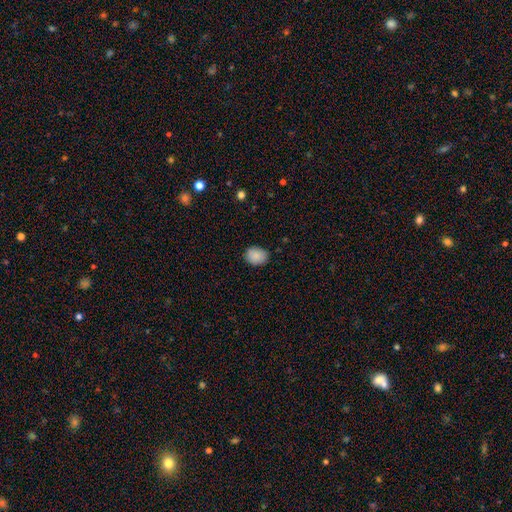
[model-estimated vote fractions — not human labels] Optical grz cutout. It shows a smooth galaxy with no disk features (89%) that is in between round and cigar-shaped (54%). Merging: none (85%).